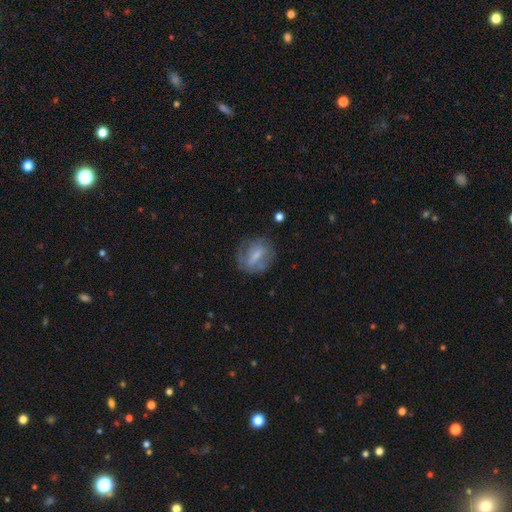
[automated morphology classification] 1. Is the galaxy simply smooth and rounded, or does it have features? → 53% featured or disk, 39% smooth, 8% star or artifact.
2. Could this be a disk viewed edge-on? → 94% no, 6% yes.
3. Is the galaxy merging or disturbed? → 63% none, 22% minor disturbance, 13% major disturbance, 2% merger.